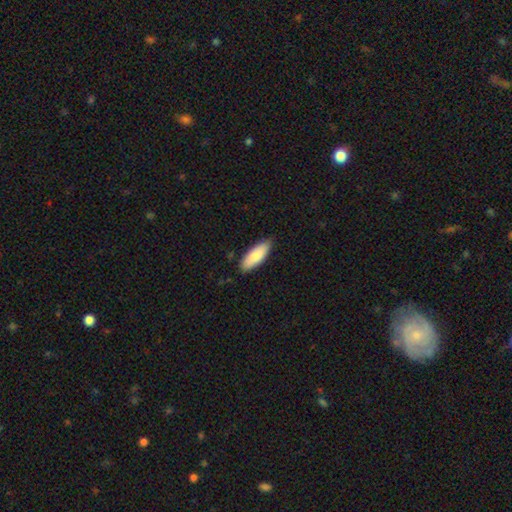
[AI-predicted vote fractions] Smooth or featured? Predicted: smooth (p=0.84). How rounded? Predicted: in between (p=0.71). Merging? Predicted: none (p=0.83).